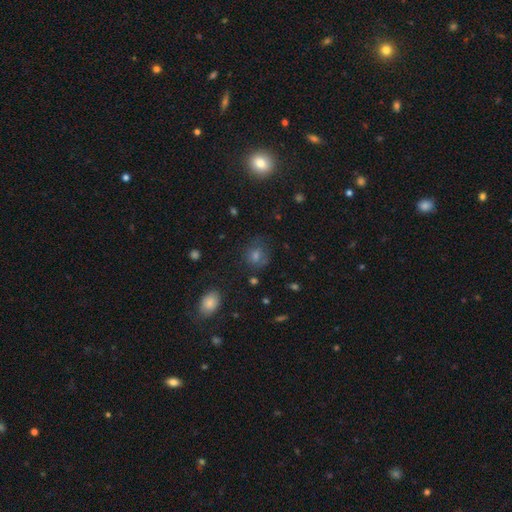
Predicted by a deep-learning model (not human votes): smooth-or-featured: smooth: 59% | star or artifact: 25% | featured or disk: 16%
  how-rounded: round: 79% | in between: 20% | cigar-shaped: 1%
  merging: none: 72% | minor disturbance: 17% | major disturbance: 8% | merger: 3%